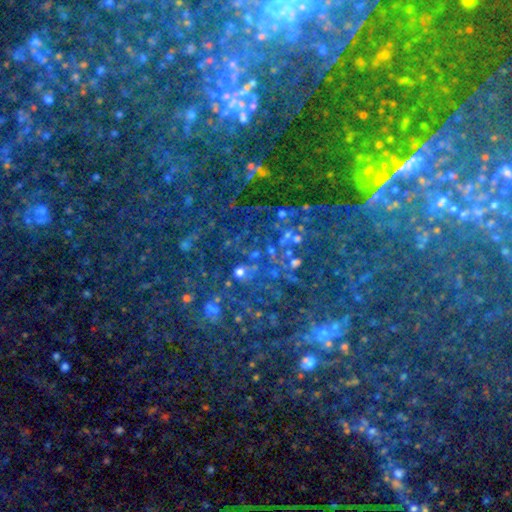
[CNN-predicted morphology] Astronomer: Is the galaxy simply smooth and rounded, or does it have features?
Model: star or artifact — 78%.